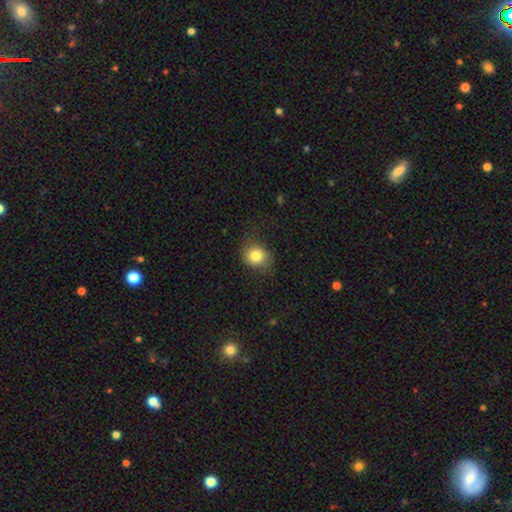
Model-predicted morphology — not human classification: A smooth galaxy with no disk features (81%) that is round (72%).

Vote fractions:
- Smooth or featured? smooth: 81% / star or artifact: 10% / featured or disk: 9%
- How rounded? round: 72% / in between: 27% / cigar-shaped: 1%
- Merging? none: 72% / minor disturbance: 19% / major disturbance: 8% / merger: 1%